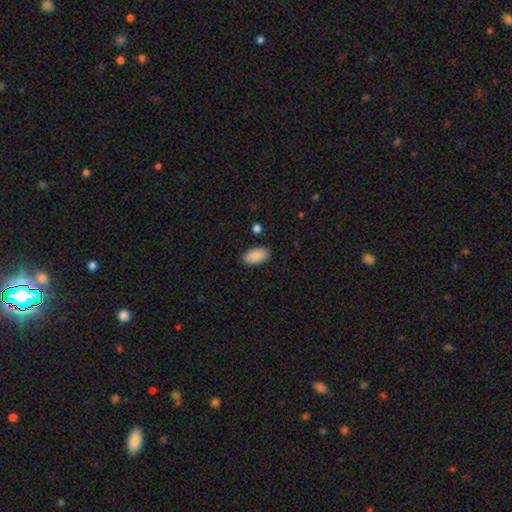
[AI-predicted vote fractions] Smooth or featured? Predicted: smooth (p=0.90). How rounded? Predicted: in between (p=0.94). Merging? Predicted: none (p=0.86).